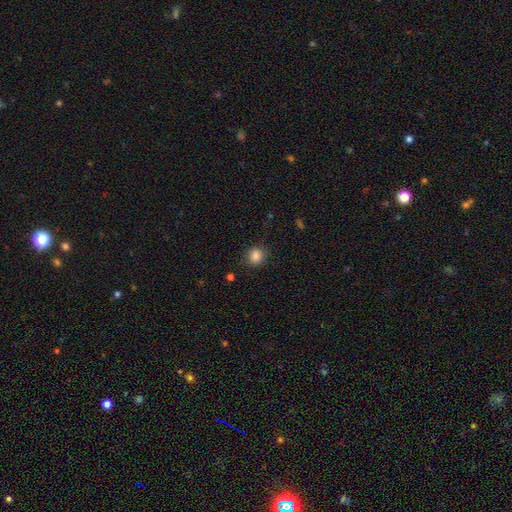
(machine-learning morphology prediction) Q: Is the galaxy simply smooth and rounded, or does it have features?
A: smooth — 85%.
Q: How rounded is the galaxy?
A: round — 85%.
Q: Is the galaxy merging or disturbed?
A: none — 86%.